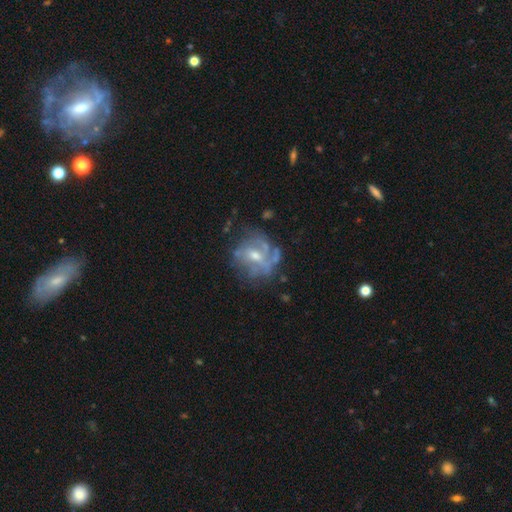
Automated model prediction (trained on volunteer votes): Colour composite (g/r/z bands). It shows a featured or disk galaxy (71%) with no bar (53%), spiral arms (59%) and a moderate central bulge (53%). Merging: none (52%).